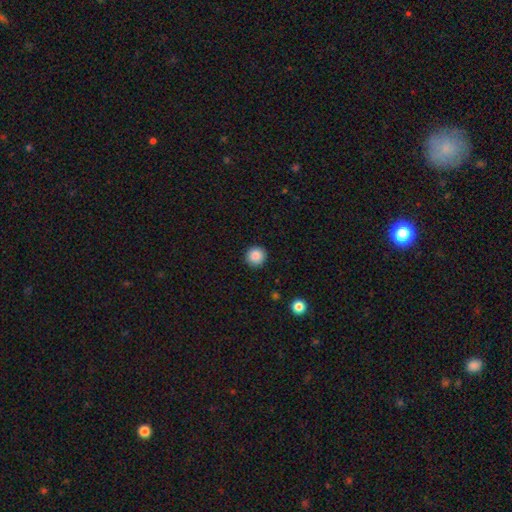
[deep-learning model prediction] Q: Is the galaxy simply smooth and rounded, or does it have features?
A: smooth — 87%.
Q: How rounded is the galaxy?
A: round — 95%.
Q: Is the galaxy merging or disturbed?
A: none — 92%.